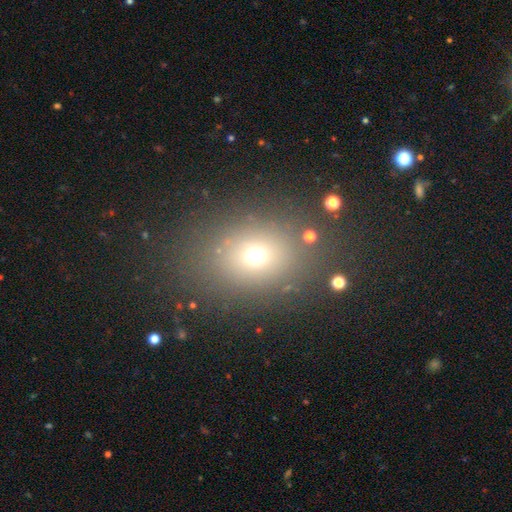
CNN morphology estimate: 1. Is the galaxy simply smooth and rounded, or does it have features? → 65% smooth, 24% star or artifact, 10% featured or disk.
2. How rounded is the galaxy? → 53% round, 45% in between, 1% cigar-shaped.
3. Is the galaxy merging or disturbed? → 83% none, 9% minor disturbance, 5% major disturbance, 3% merger.